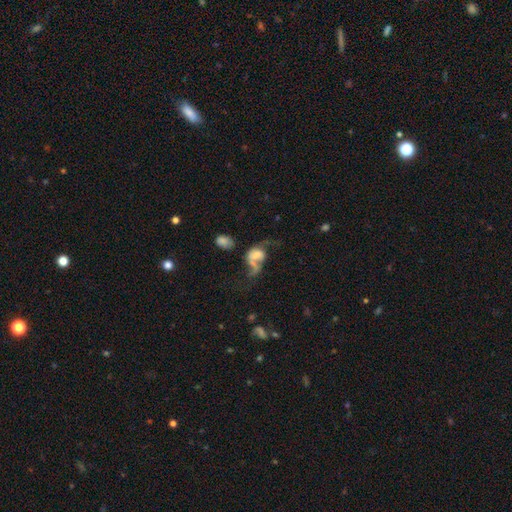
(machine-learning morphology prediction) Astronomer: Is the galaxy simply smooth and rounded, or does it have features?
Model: featured or disk — 47% (runner-up: smooth, 40%).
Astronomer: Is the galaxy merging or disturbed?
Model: major disturbance — 39% (runner-up: merger, 33%).